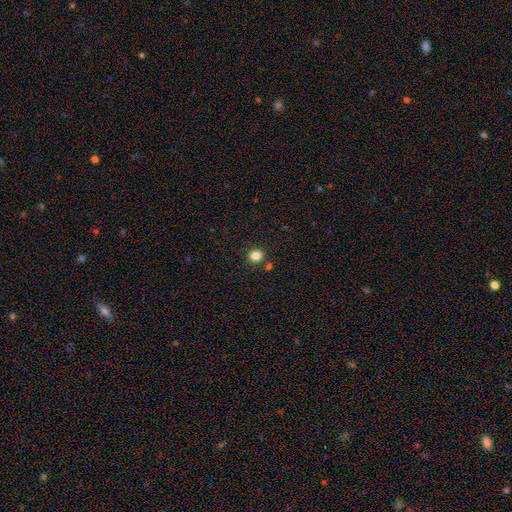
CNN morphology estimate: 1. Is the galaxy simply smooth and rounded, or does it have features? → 83% smooth, 12% star or artifact, 5% featured or disk.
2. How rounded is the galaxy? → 72% round, 27% in between, 1% cigar-shaped.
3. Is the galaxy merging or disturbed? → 84% none, 8% minor disturbance, 6% merger, 2% major disturbance.